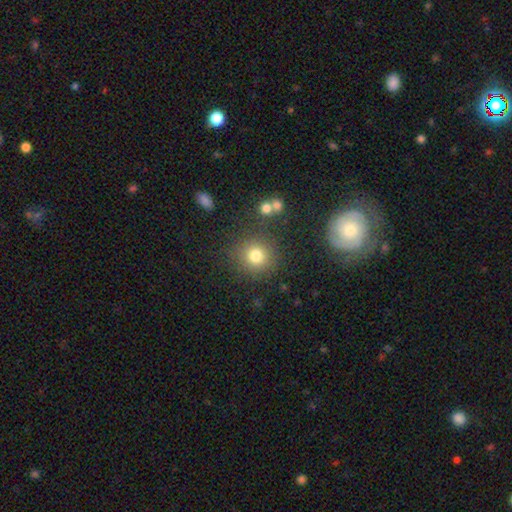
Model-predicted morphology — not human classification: A smooth galaxy with no disk features (79%) that is round (91%).

Vote fractions:
- Smooth or featured? smooth: 79% / star or artifact: 14% / featured or disk: 7%
- How rounded? round: 91% / in between: 8% / cigar-shaped: 1%
- Merging? none: 83% / minor disturbance: 9% / merger: 4% / major disturbance: 4%